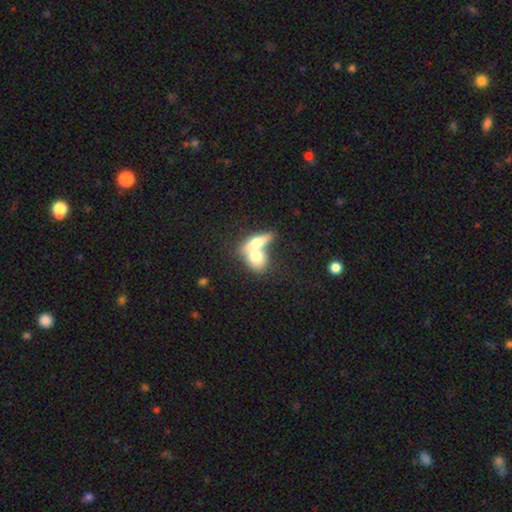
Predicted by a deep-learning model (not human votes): A smooth galaxy with no disk features (65%) that is in between round and cigar-shaped (63%).

Vote fractions:
- Smooth or featured? smooth: 65% / featured or disk: 29% / star or artifact: 7%
- How rounded? in between: 63% / round: 25% / cigar-shaped: 12%
- Merging? merger: 69% / none: 21% / minor disturbance: 6% / major disturbance: 4%